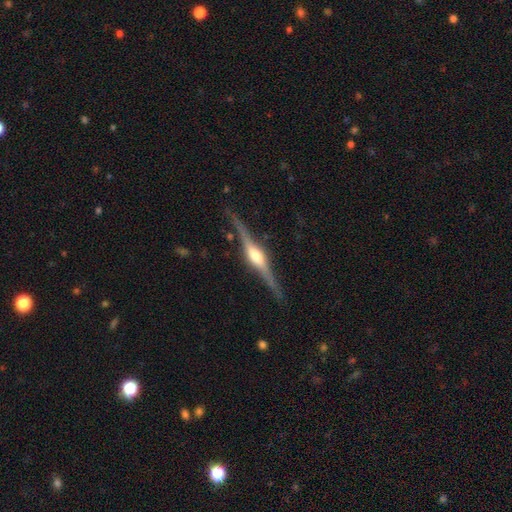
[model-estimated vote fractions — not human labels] Q: Smooth or featured?
A: featured or disk (85%); runner-up: smooth (10%)
Q: Edge-on disk?
A: yes (98%); runner-up: no (2%)
Q: Edge-on bulge?
A: rounded (87%); runner-up: boxy (10%)
Q: Merging?
A: none (86%); runner-up: minor disturbance (10%)